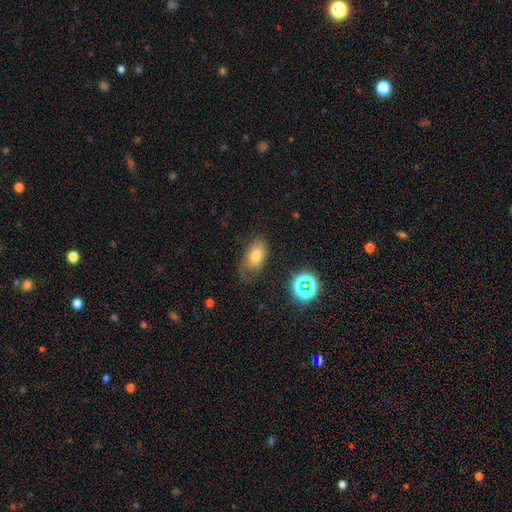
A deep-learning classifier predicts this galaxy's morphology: smooth 69%, featured or disk 17%, star or artifact 13%. Down the decision tree: how rounded — in between (89%); merging — none (53%).